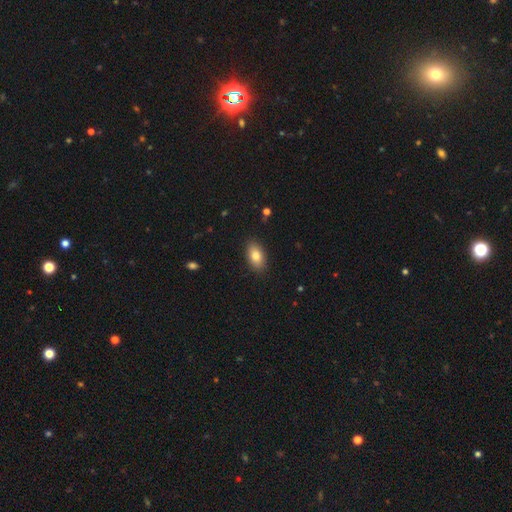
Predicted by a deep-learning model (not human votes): Q: Smooth or featured?
A: smooth (80%); runner-up: featured or disk (12%)
Q: How rounded?
A: in between (90%); runner-up: round (7%)
Q: Merging?
A: none (88%); runner-up: minor disturbance (9%)